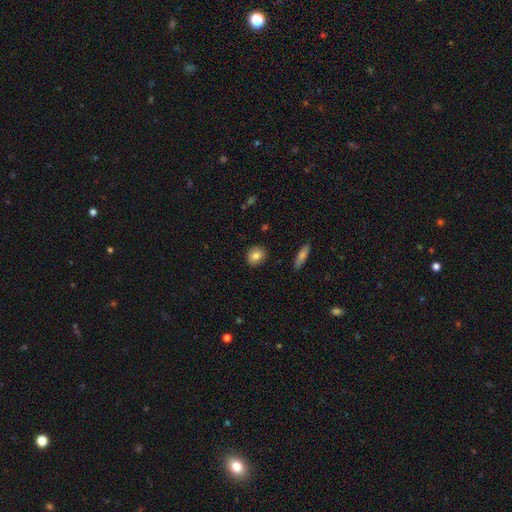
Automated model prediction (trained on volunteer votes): This appears to be a smooth galaxy with no disk features (82%) that is round (71%). Merging: none (89%).